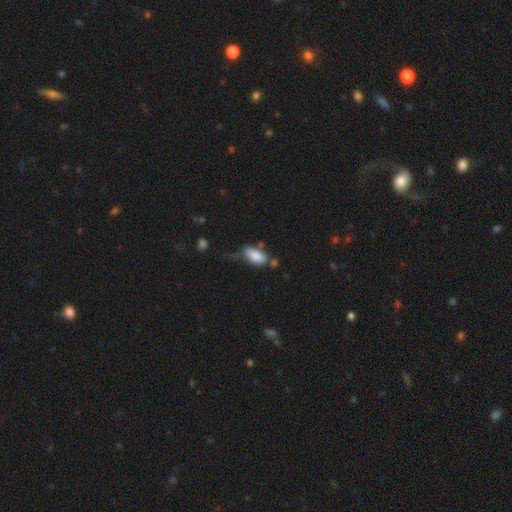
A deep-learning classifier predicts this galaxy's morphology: Smooth or featured? smooth (83%)
How rounded? in between (91%)
Merging? none (41%)